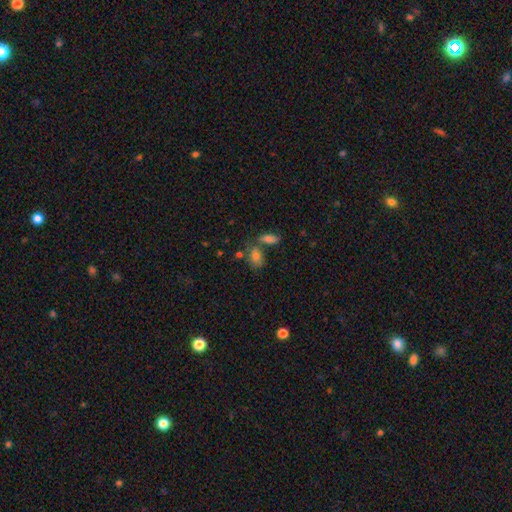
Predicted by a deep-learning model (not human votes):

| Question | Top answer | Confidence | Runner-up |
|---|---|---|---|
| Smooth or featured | smooth | 74% | featured or disk (14%) |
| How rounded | in between | 84% | round (12%) |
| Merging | none | 50% | merger (30%) |